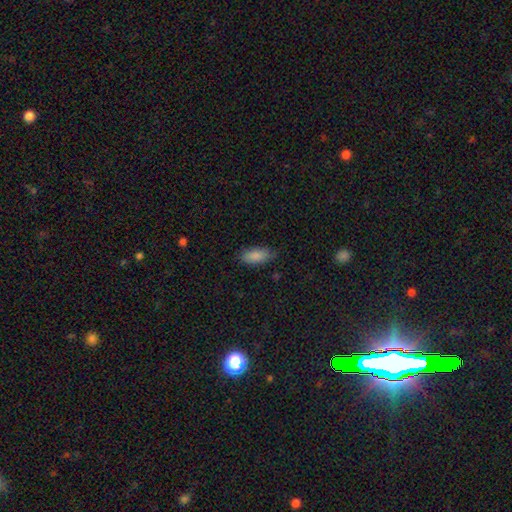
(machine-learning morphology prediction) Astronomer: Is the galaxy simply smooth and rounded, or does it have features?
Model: smooth — 87%.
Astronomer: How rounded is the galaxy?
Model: in between — 85%.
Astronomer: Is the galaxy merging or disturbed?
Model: none — 79%.